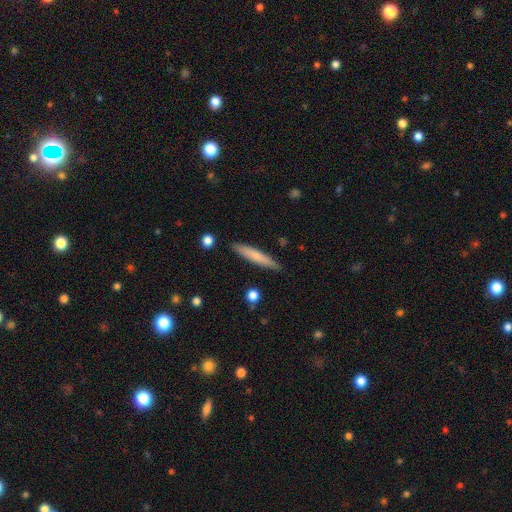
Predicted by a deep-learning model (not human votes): Morphology: type=smooth (71%); roundness=cigar-shaped (93%); merging=none (89%).